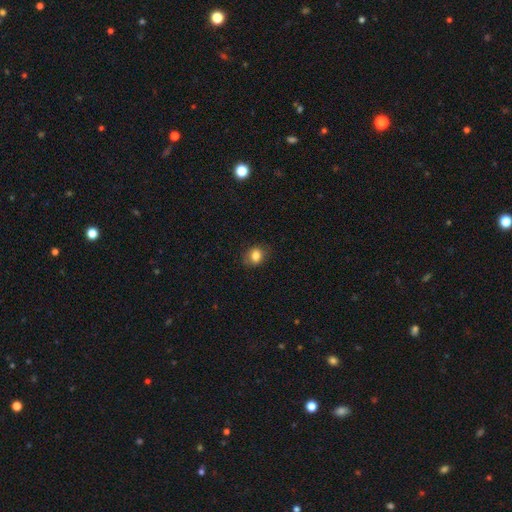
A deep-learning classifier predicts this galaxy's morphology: Smooth or featured? Predicted: smooth (p=0.82). How rounded? Predicted: round (p=0.50). Merging? Predicted: none (p=0.79).